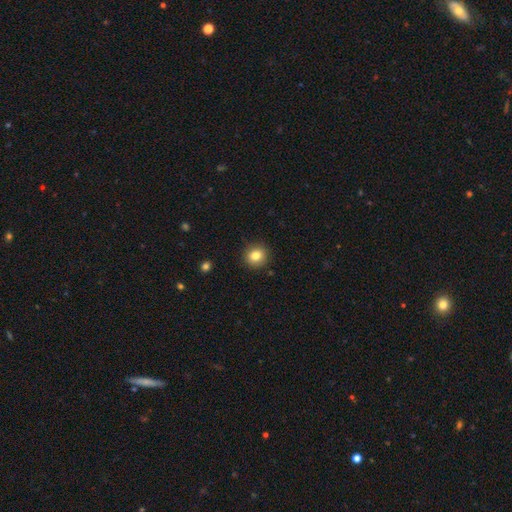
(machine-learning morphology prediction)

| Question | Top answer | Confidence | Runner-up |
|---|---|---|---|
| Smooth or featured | smooth | 83% | star or artifact (10%) |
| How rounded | round | 89% | in between (10%) |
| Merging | none | 91% | minor disturbance (6%) |